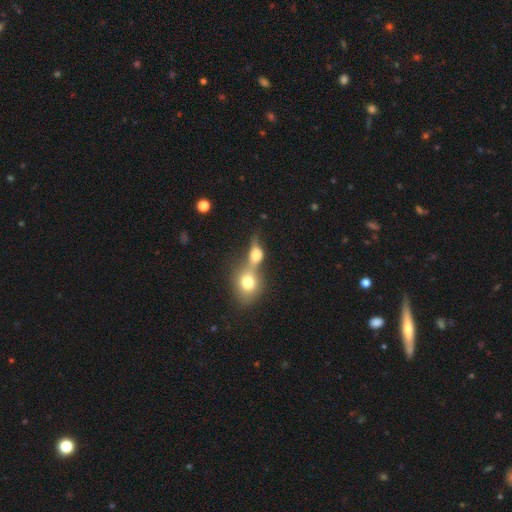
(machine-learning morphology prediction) A smooth galaxy with no disk features (60%) that is round (51%).

Vote fractions:
- Smooth or featured? smooth: 60% / featured or disk: 25% / star or artifact: 15%
- How rounded? round: 51% / in between: 40% / cigar-shaped: 10%
- Merging? merger: 65% / none: 24% / minor disturbance: 7% / major disturbance: 5%